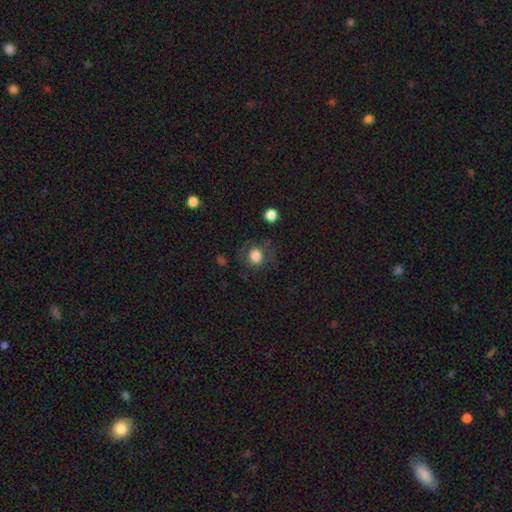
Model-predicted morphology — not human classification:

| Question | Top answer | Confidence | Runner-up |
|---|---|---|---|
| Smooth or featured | smooth | 76% | featured or disk (14%) |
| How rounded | round | 80% | in between (19%) |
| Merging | none | 74% | minor disturbance (15%) |